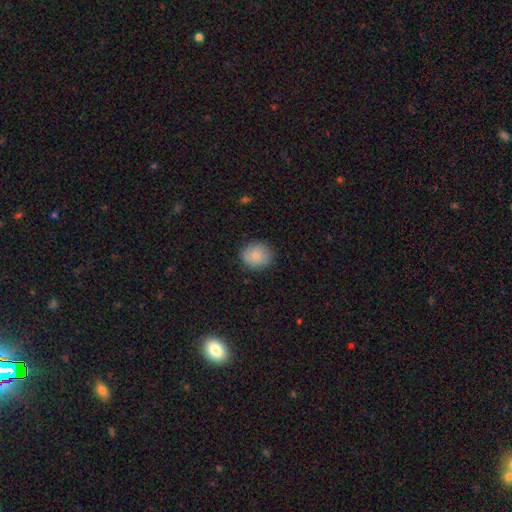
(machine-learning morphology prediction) Q: Smooth or featured?
A: smooth (83%); runner-up: featured or disk (10%)
Q: How rounded?
A: round (75%); runner-up: in between (24%)
Q: Merging?
A: none (85%); runner-up: minor disturbance (11%)